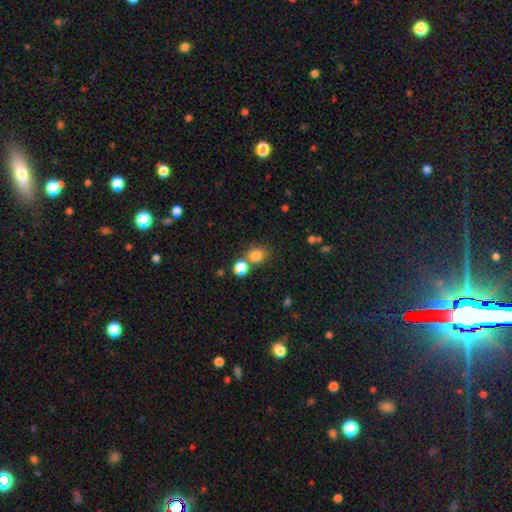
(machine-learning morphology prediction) Smooth or featured? Predicted: smooth (p=0.82). How rounded? Predicted: round (p=0.66). Merging? Predicted: none (p=0.58).